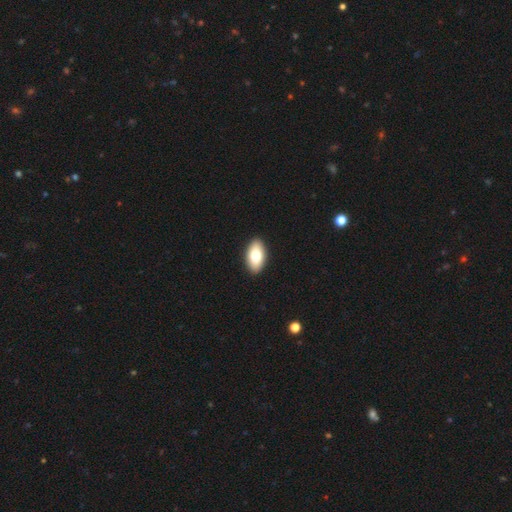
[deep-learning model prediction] This is likely a smooth galaxy (76%). How rounded: clearly in between (93%). Merging: clearly none (92%).